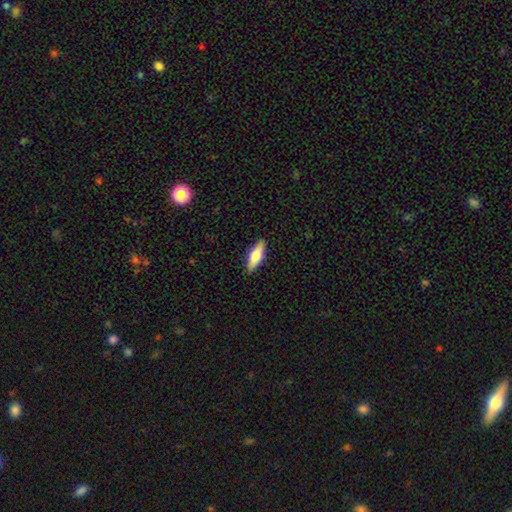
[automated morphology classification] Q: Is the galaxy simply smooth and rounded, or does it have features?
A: smooth — 66%.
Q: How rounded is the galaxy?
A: in between — 52%.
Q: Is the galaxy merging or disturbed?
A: none — 90%.